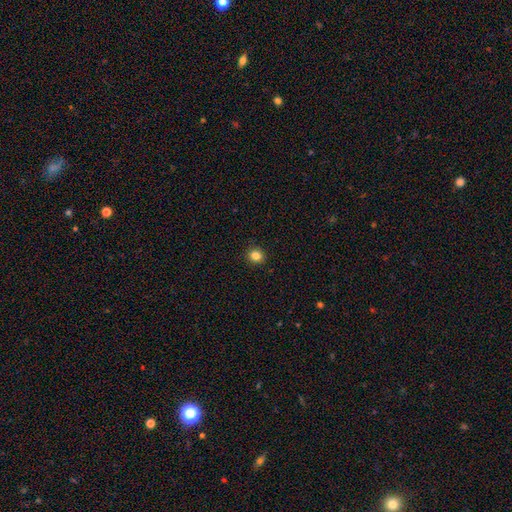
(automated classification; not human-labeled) Smooth or featured?
  - smooth: 83% *
  - star or artifact: 12%
  - featured or disk: 5%
How rounded?
  - round: 84% *
  - in between: 15%
  - cigar-shaped: 1%
Merging?
  - none: 92% *
  - minor disturbance: 6%
  - major disturbance: 2%
  - merger: 1%